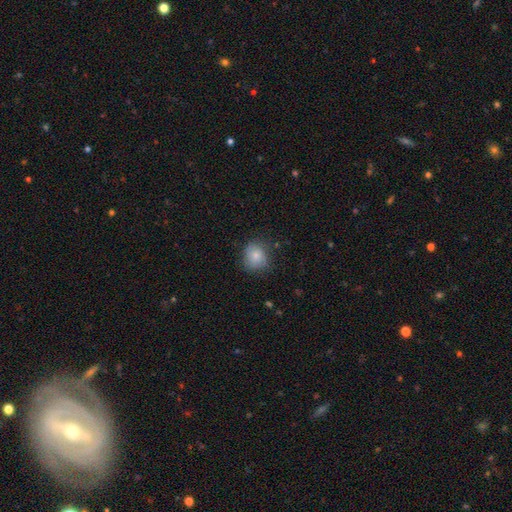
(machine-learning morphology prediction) This appears to be a smooth galaxy with no disk features (77%) that is round (73%). Merging: none (69%).